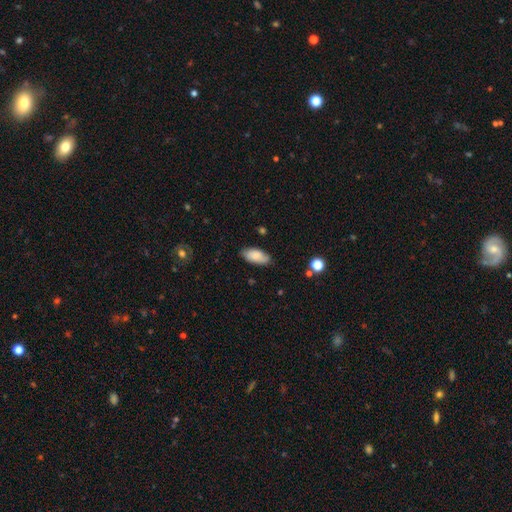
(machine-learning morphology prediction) smooth 80%, featured or disk 13%, star or artifact 7%. Down the decision tree: how rounded — in between (90%); merging — none (79%).